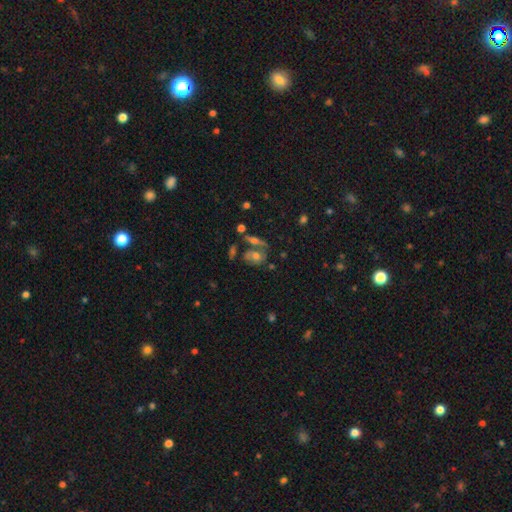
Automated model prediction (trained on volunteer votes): This is marginally a featured or disk galaxy (37%). Merging: possibly none (49%).